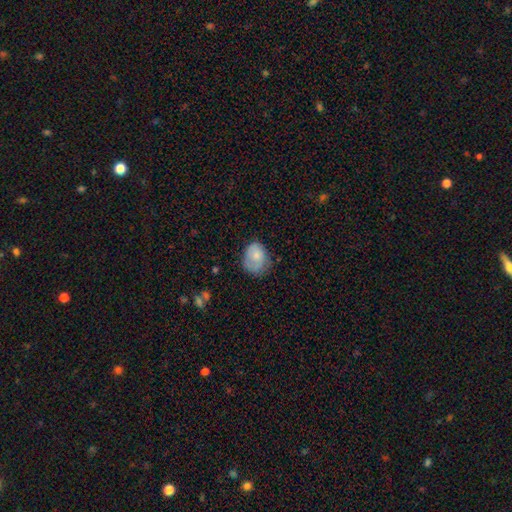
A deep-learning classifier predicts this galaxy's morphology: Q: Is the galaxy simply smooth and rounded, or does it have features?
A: smooth — 72%.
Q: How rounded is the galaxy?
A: in between — 57%.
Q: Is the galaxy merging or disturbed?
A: none — 55%.